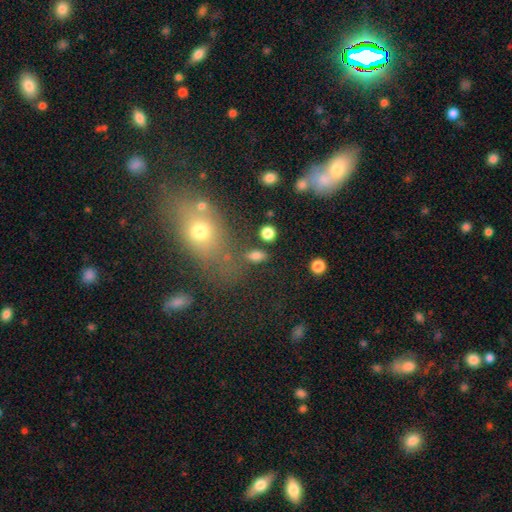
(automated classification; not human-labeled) Morphology: type=smooth (79%); roundness=in between (80%); merging=none (75%).